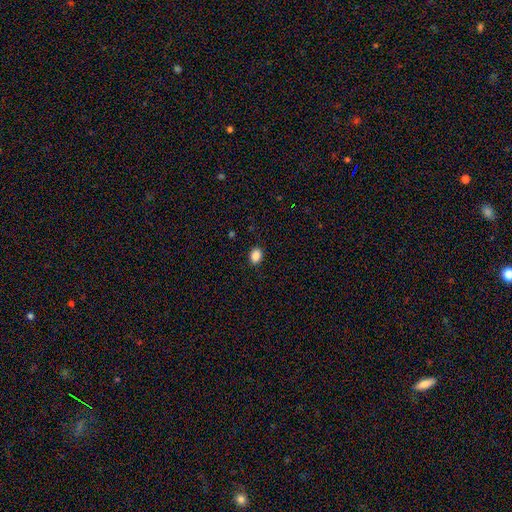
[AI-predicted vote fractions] The model was most divided on "how rounded": in between: 71%, round: 28%, cigar-shaped: 1%. More confident: merging — none (89%); smooth or featured — smooth (88%).